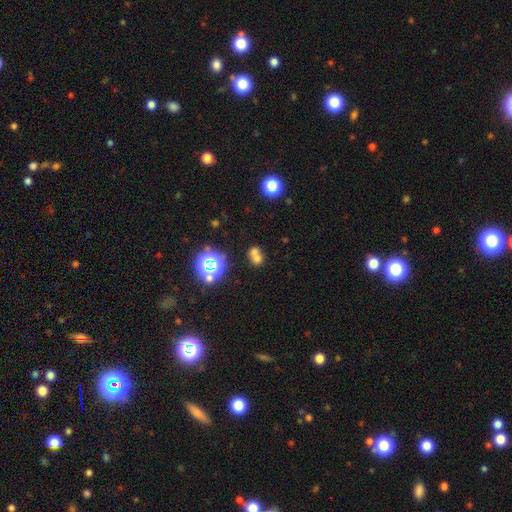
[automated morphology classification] Q: Smooth or featured?
A: smooth (59%); runner-up: star or artifact (24%)
Q: How rounded?
A: round (58%); runner-up: in between (41%)
Q: Merging?
A: merger (58%); runner-up: none (31%)